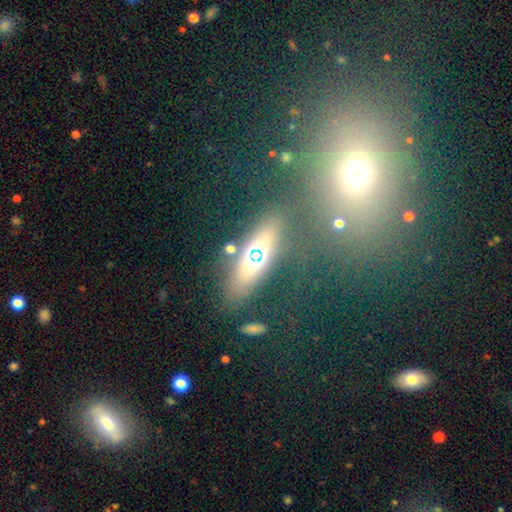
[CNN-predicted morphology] The model was most divided on "smooth or featured": smooth: 49%, star or artifact: 28%, featured or disk: 24%. More confident: merging — none (76%).